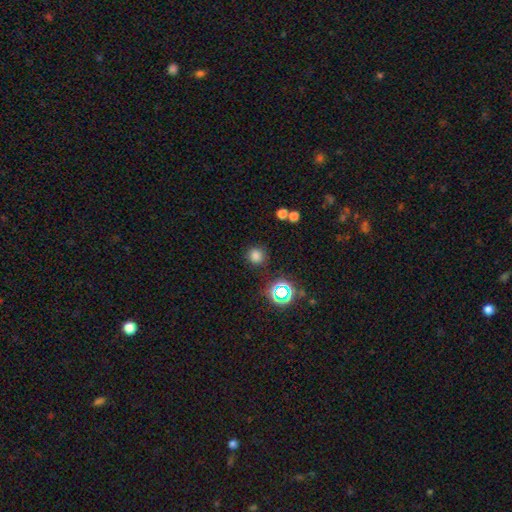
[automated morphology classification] type=smooth (76%); roundness=round (87%); merging=none (84%).